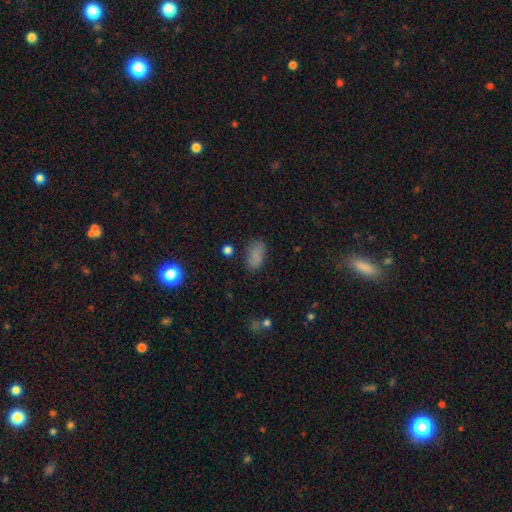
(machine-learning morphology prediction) The model was most divided on "merging": none: 79%, minor disturbance: 15%, major disturbance: 4%, merger: 2%. More confident: how rounded — in between (92%); smooth or featured — smooth (83%).